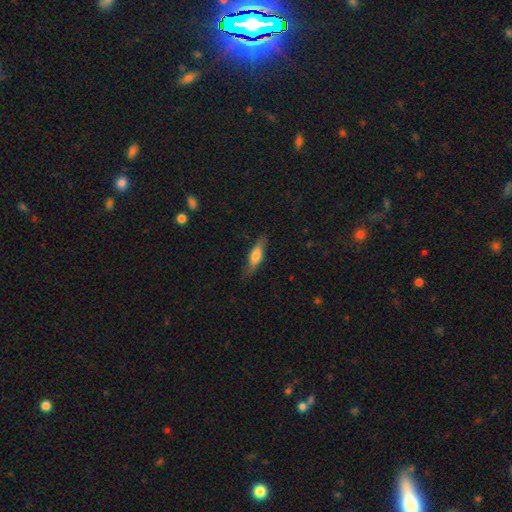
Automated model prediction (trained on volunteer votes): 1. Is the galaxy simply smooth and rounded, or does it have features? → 58% smooth, 36% featured or disk, 6% star or artifact.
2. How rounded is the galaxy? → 63% cigar-shaped, 34% in between, 3% round.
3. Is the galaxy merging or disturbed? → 81% none, 15% minor disturbance, 3% major disturbance, 1% merger.